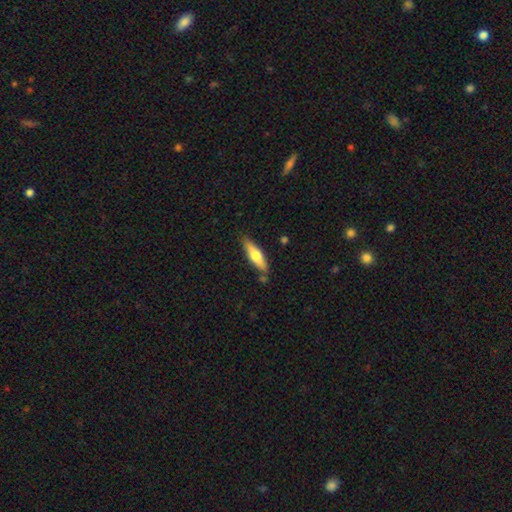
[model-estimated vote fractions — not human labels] Morphology: type=smooth (58%); roundness=cigar-shaped (67%); merging=none (81%).